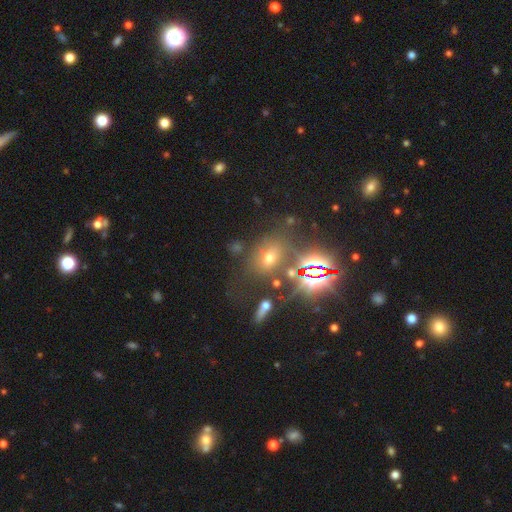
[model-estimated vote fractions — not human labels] star or artifact 52%, smooth 32%, featured or disk 16%.